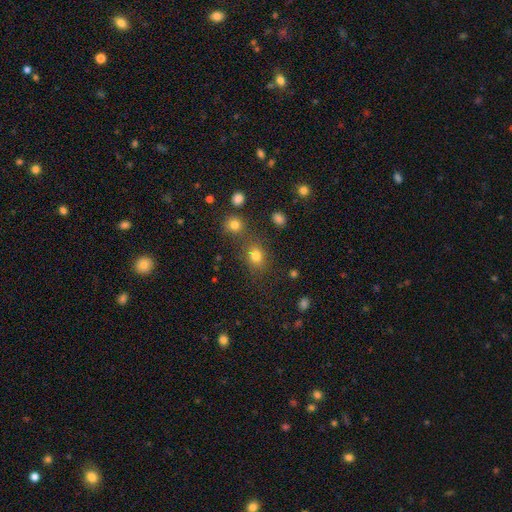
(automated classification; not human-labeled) smooth-or-featured: smooth: 77% | star or artifact: 16% | featured or disk: 7%
  how-rounded: round: 58% | in between: 41% | cigar-shaped: 1%
  merging: none: 69% | merger: 13% | minor disturbance: 13% | major disturbance: 6%